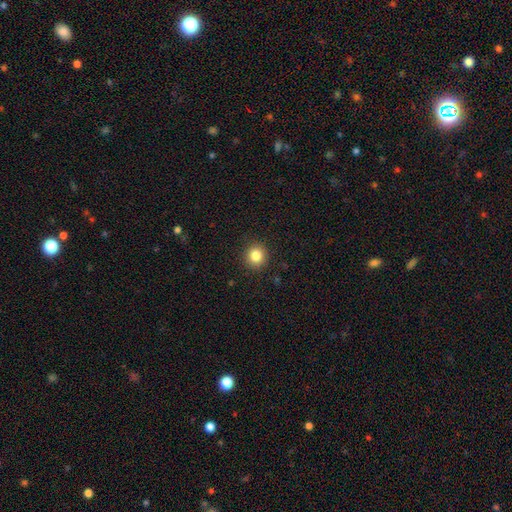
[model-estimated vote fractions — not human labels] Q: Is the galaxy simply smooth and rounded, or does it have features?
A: smooth — 84%.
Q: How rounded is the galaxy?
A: round — 90%.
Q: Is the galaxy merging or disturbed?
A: none — 91%.